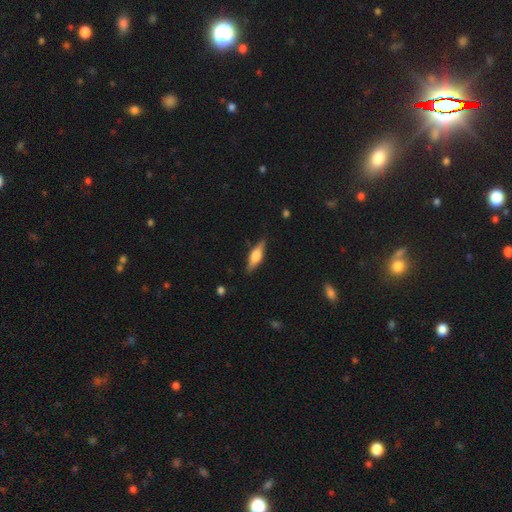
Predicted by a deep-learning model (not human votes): Smooth or featured: featured or disk — 54% (smooth — 40%)
Edge-on disk: yes — 94% (no — 6%)
Edge-on bulge: rounded — 85% (boxy — 13%)
Merging: none — 85% (minor disturbance — 11%)